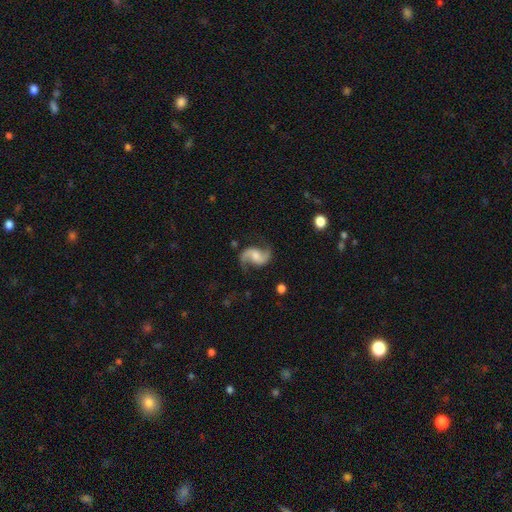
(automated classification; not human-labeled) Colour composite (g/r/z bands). It shows a featured or disk galaxy (88%) with no bar (44%), 2 (93%) loose (54%) spiral arms (97%) and a moderate central bulge (38%). Merging: none (76%).